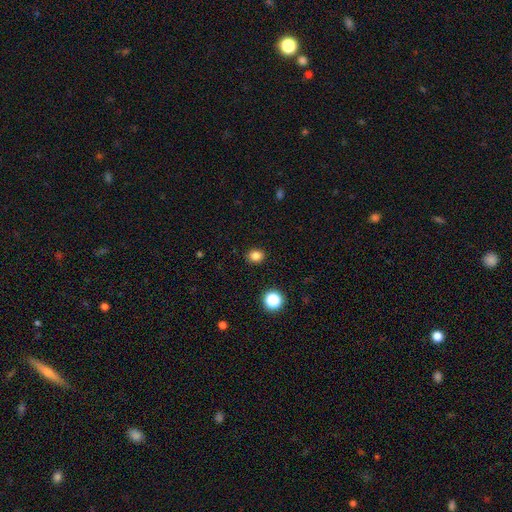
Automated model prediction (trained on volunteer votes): The model was most divided on "how rounded": round: 62%, in between: 37%, cigar-shaped: 1%. More confident: merging — none (90%); smooth or featured — smooth (83%).